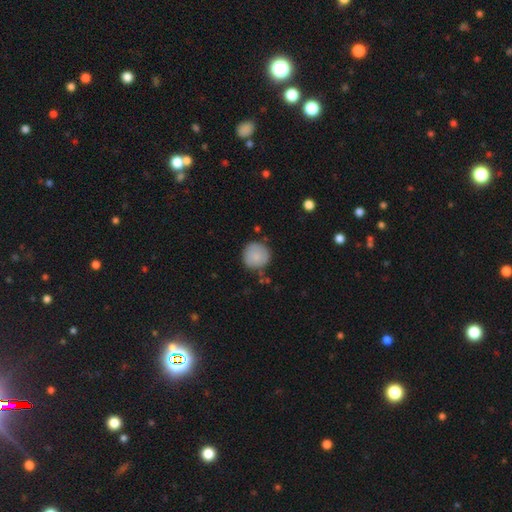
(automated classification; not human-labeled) Overall: smooth (84%). How rounded: round (94%). Merging: none (79%).